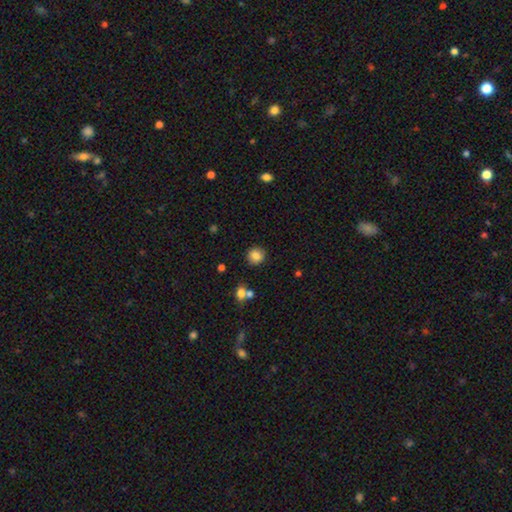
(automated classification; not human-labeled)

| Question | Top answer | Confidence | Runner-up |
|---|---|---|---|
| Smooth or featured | smooth | 84% | star or artifact (10%) |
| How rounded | round | 86% | in between (13%) |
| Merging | none | 86% | minor disturbance (8%) |